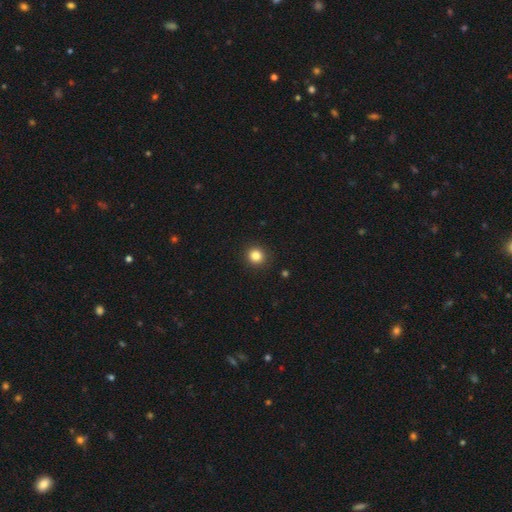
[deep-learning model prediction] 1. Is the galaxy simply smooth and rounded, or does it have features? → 84% smooth, 12% star or artifact, 5% featured or disk.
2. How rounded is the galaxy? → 92% round, 7% in between, 1% cigar-shaped.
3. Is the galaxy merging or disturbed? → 92% none, 5% minor disturbance, 2% major disturbance, 1% merger.